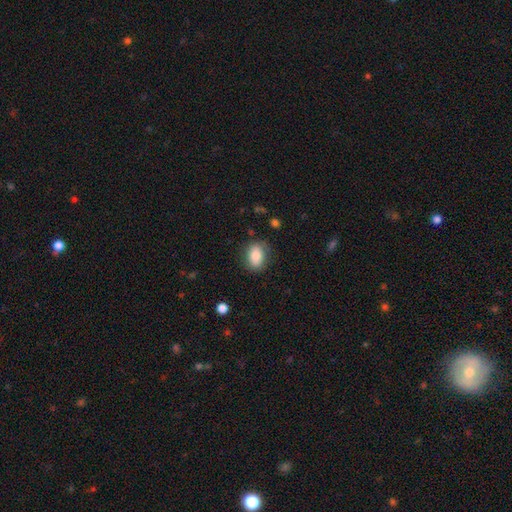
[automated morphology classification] Smooth or featured?
  - smooth: 80% *
  - featured or disk: 12%
  - star or artifact: 8%
How rounded?
  - in between: 79% *
  - round: 19%
  - cigar-shaped: 2%
Merging?
  - none: 80% *
  - minor disturbance: 14%
  - major disturbance: 4%
  - merger: 1%